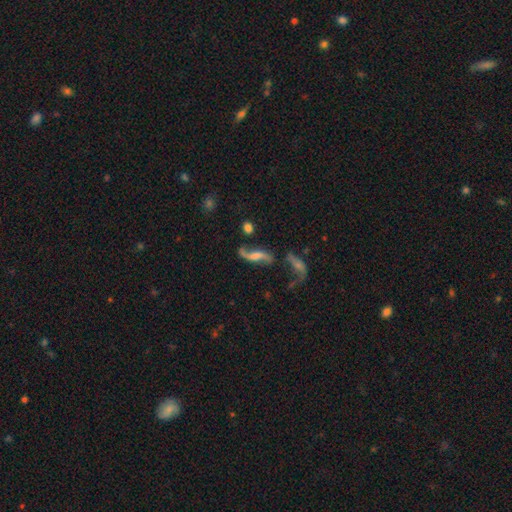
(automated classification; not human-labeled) Smooth or featured?
  - featured or disk: 79% *
  - smooth: 13%
  - star or artifact: 8%
Edge-on disk?
  - no: 89% *
  - yes: 11%
Bar?
  - no: 43% *
  - weak: 40%
  - strong: 17%
Spiral arms?
  - yes: 92% *
  - no: 8%
Spiral winding?
  - loose: 90% *
  - medium: 8%
  - tight: 2%
Spiral arm count?
  - 2: 91% *
  - 1: 4%
  - can't tell: 2%
  - 3: 1%
  - 4: 1%
  - more than 4: 1%
Bulge size?
  - none: 36% *
  - small: 26%
  - moderate: 26%
  - large: 9%
  - dominant: 2%
Merging?
  - none: 56% *
  - minor disturbance: 17%
  - merger: 14%
  - major disturbance: 12%